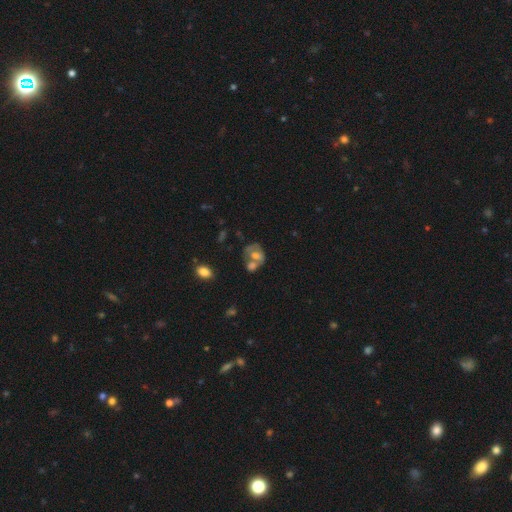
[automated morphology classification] Smooth or featured: smooth — 49% (featured or disk — 41%)
Merging: merger — 48% (none — 27%)